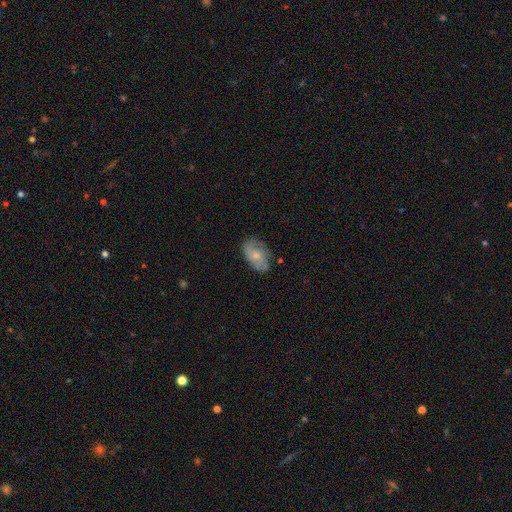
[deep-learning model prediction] Overall: smooth (49%; featured or disk 44%). Merging: none (66%).